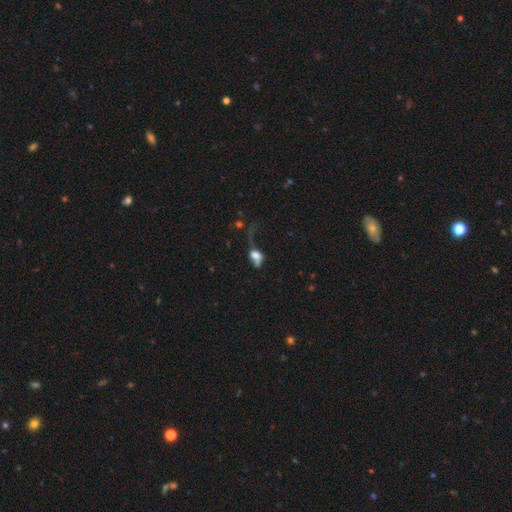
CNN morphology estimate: smooth_or_featured: smooth (p=0.50) [alt: featured or disk p=0.36]
how_rounded: in between (p=0.67) [alt: round p=0.28]
merging: major disturbance (p=0.51) [alt: none p=0.19]